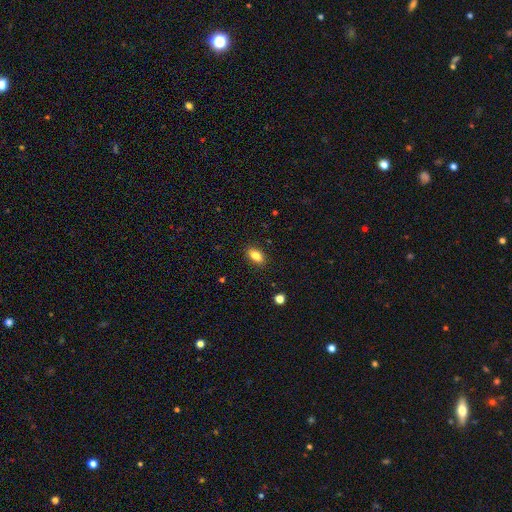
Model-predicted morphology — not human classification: Smooth or featured: smooth — 83% (featured or disk — 9%)
How rounded: in between — 88% (round — 7%)
Merging: none — 88% (minor disturbance — 8%)